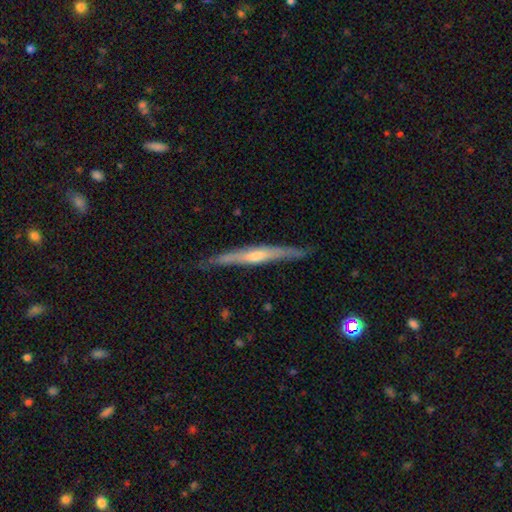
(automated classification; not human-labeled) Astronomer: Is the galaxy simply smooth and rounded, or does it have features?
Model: featured or disk — 77%.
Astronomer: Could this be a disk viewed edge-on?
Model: yes — 97%.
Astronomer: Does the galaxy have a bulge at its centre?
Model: rounded — 75%.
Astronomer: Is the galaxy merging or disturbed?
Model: none — 85%.